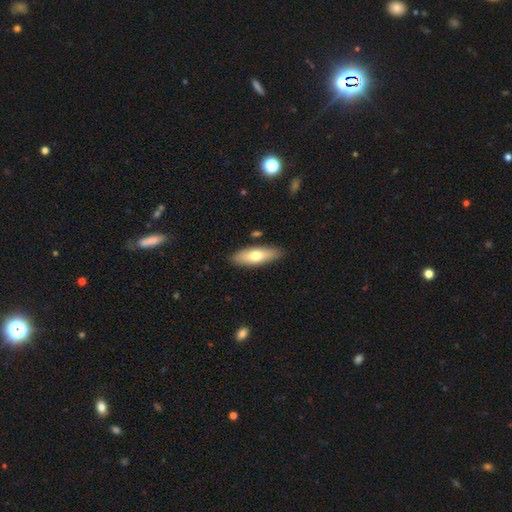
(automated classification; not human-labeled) Smooth or featured?
  - smooth: 69% *
  - featured or disk: 26%
  - star or artifact: 6%
How rounded?
  - in between: 61% *
  - cigar-shaped: 37%
  - round: 2%
Merging?
  - none: 86% *
  - minor disturbance: 10%
  - merger: 3%
  - major disturbance: 2%